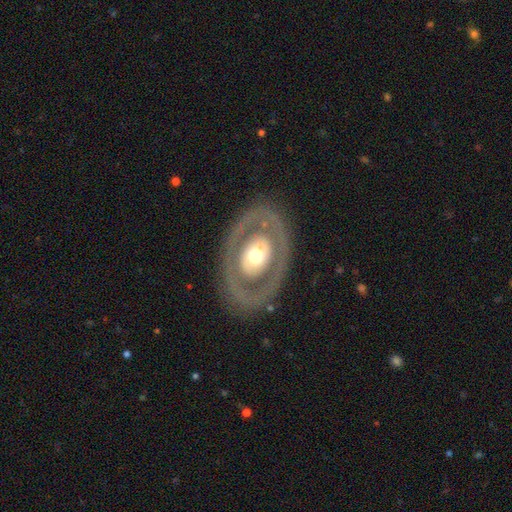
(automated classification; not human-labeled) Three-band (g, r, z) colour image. It shows a featured or disk galaxy (61%) with no bar (87%), no spiral arms (90%) and a moderate central bulge (63%). Merging: none (79%).